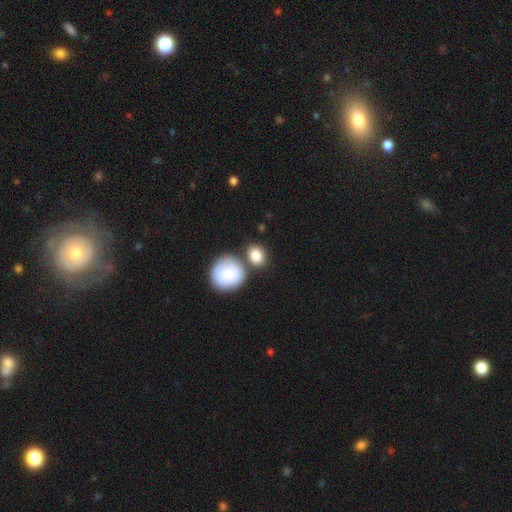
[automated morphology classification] Smooth or featured?
  - smooth: 85% *
  - featured or disk: 8%
  - star or artifact: 7%
How rounded?
  - round: 53% *
  - in between: 45%
  - cigar-shaped: 2%
Merging?
  - none: 59% *
  - merger: 24%
  - minor disturbance: 13%
  - major disturbance: 4%